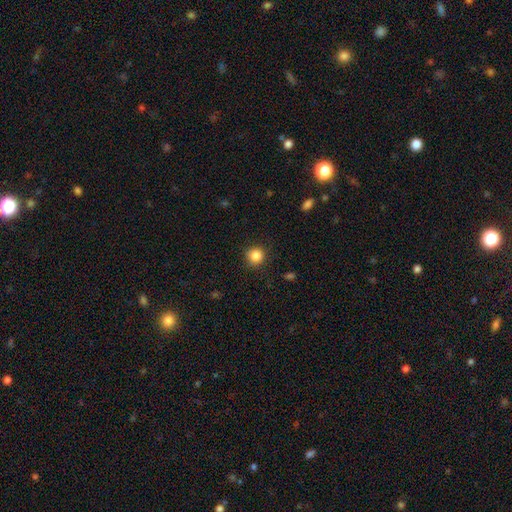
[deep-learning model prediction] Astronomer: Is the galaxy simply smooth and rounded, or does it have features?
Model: smooth — 85%.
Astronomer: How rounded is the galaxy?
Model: round — 93%.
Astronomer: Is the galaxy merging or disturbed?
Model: none — 88%.